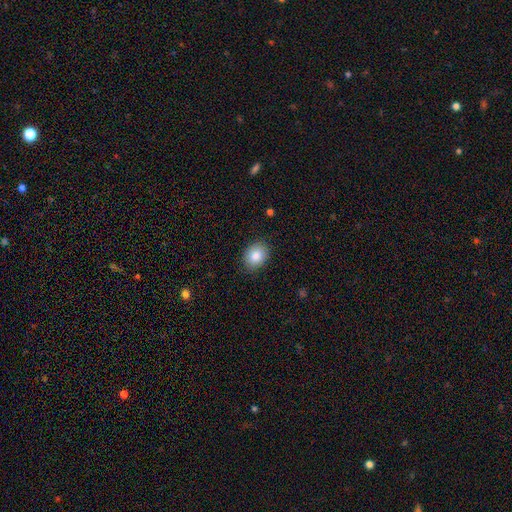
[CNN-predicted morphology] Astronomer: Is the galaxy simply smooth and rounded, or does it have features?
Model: smooth — 85%.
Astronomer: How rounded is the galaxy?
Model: in between — 57% (runner-up: round, 42%).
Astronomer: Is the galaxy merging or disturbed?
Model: none — 87%.